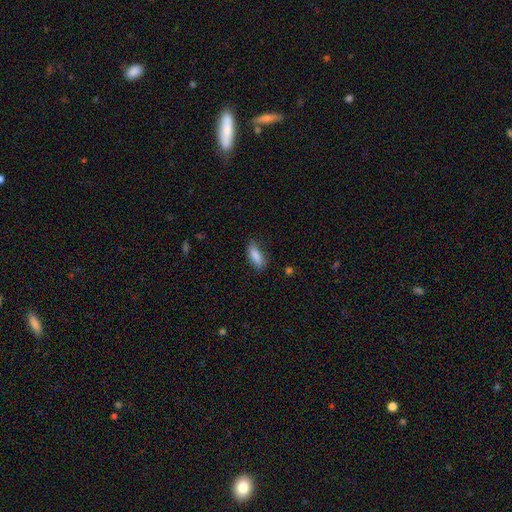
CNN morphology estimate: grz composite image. It shows a smooth galaxy with no disk features (86%) that is in between round and cigar-shaped (71%). Merging: none (79%).